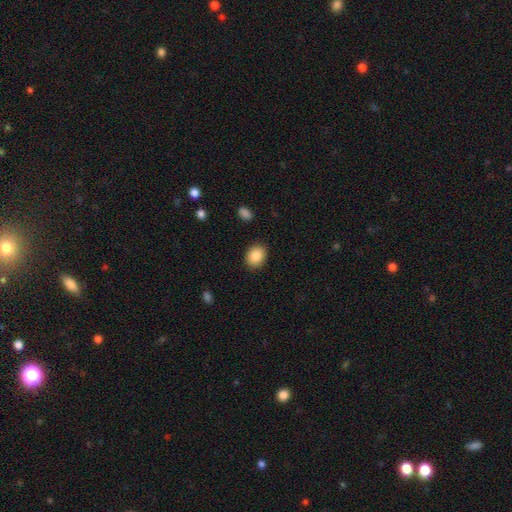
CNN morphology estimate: A smooth galaxy with no disk features (87%) that is in between round and cigar-shaped (57%).

Vote fractions:
- Smooth or featured? smooth: 87% / star or artifact: 8% / featured or disk: 5%
- How rounded? in between: 57% / round: 42% / cigar-shaped: 1%
- Merging? none: 89% / minor disturbance: 8% / major disturbance: 2% / merger: 1%